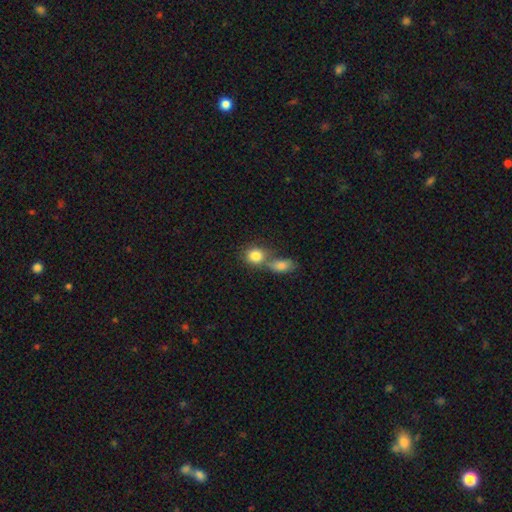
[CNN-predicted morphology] The model was most divided on "merging": merger: 53%, none: 35%, minor disturbance: 8%, major disturbance: 4%. More confident: smooth or featured — smooth (83%); how rounded — round (67%).